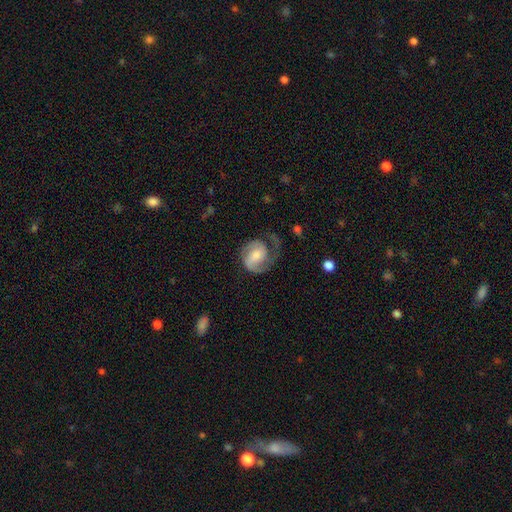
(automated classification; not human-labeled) Smooth or featured? featured or disk (75%)
Edge-on disk? no (98%)
Bar? no (46%)
Spiral arms? yes (94%)
Spiral winding? medium (45%)
Spiral arm count? 2 (59%)
Bulge size? moderate (47%)
Merging? none (49%)